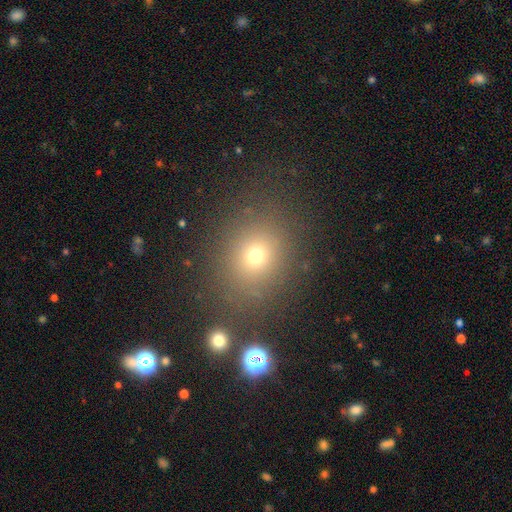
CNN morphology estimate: Overall: smooth (67%). How rounded: round (70%). Merging: none (82%).